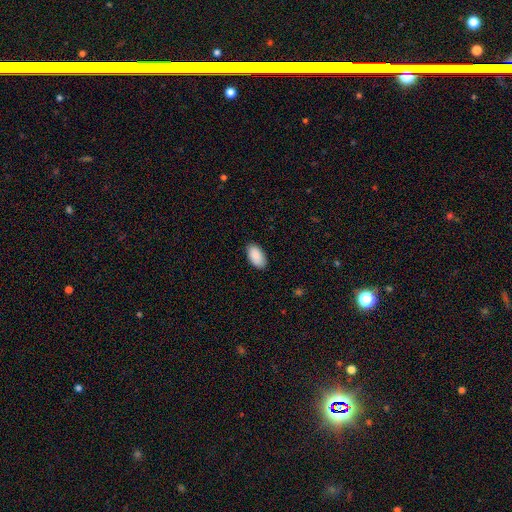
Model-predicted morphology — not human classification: This appears to be a smooth galaxy with no disk features (91%) that is in between round and cigar-shaped (96%). Merging: none (86%).